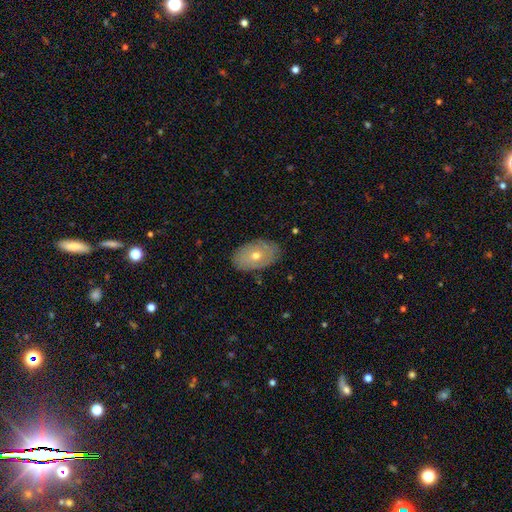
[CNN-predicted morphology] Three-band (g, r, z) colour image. It shows a smooth galaxy with no disk features (49%). Merging: none (83%).